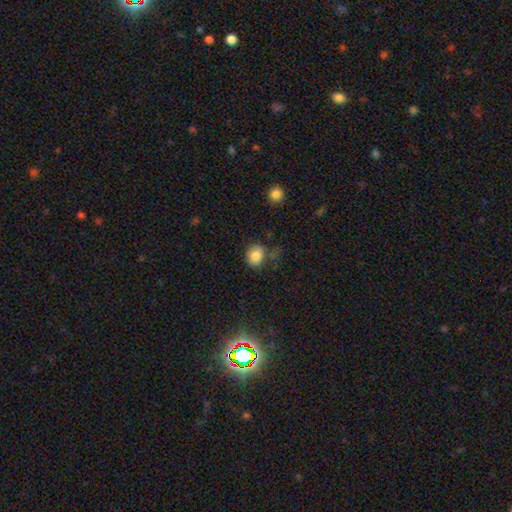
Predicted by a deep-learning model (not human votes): Smooth or featured?
  - smooth: 82% *
  - star or artifact: 10%
  - featured or disk: 8%
How rounded?
  - round: 61% *
  - in between: 38%
  - cigar-shaped: 1%
Merging?
  - none: 67% *
  - minor disturbance: 21%
  - major disturbance: 7%
  - merger: 5%